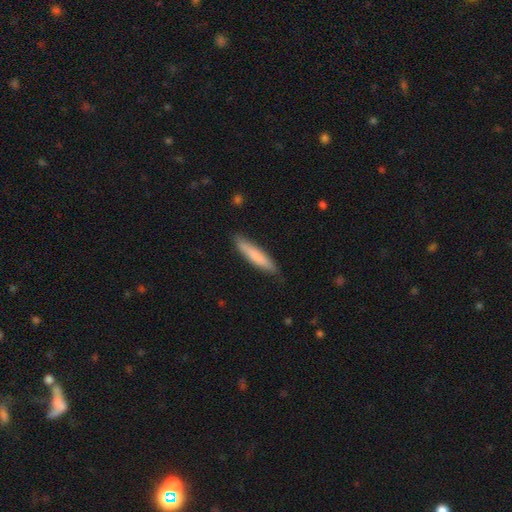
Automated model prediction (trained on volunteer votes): Morphology: type=smooth (78%); roundness=cigar-shaped (89%); merging=none (85%).